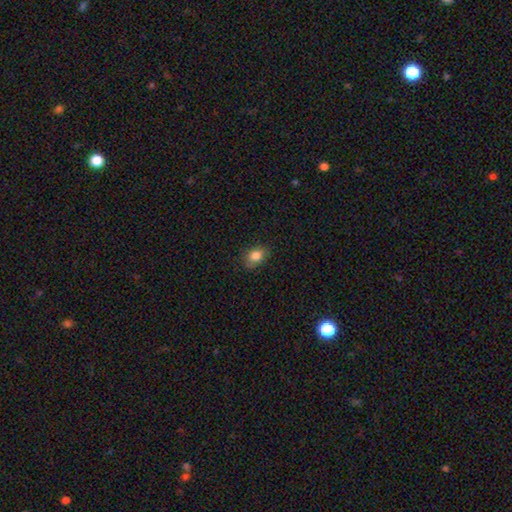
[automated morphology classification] A smooth galaxy with no disk features (84%) that is in between round and cigar-shaped (64%). Merging: none (78%).